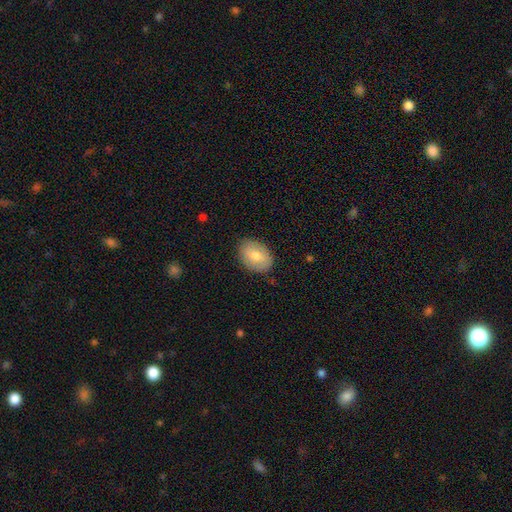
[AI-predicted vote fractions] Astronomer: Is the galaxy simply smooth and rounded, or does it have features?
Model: smooth — 75%.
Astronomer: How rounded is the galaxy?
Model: in between — 82%.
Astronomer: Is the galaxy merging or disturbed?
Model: none — 84%.